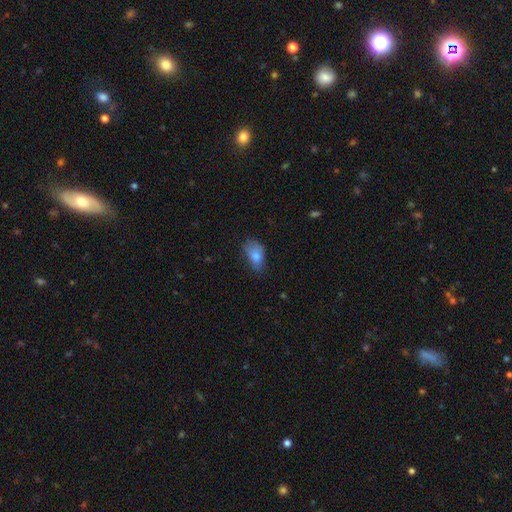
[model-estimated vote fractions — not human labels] Q: Smooth or featured?
A: smooth (74%); runner-up: featured or disk (17%)
Q: How rounded?
A: in between (87%); runner-up: round (9%)
Q: Merging?
A: none (49%); runner-up: minor disturbance (36%)